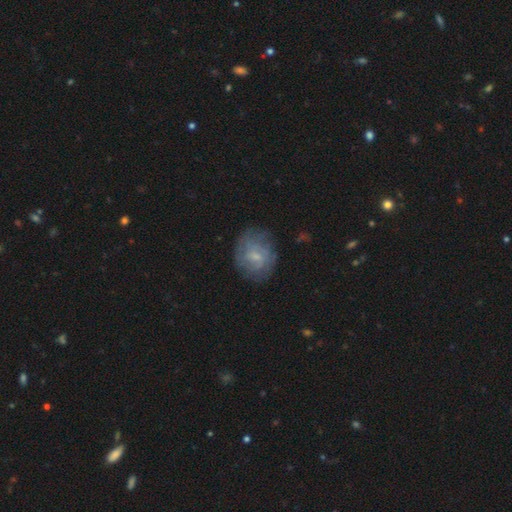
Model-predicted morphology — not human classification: This is possibly a featured or disk galaxy (51%). It is clearly not viewed edge-on (97%). Merging: likely none (71%).